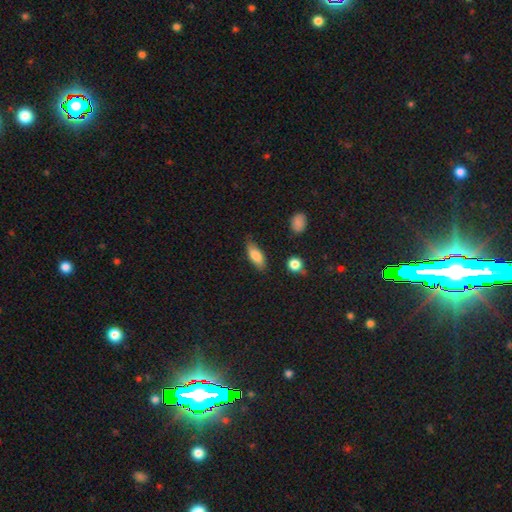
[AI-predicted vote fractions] Smooth or featured?
  - smooth: 81% *
  - featured or disk: 12%
  - star or artifact: 7%
How rounded?
  - in between: 75% *
  - cigar-shaped: 22%
  - round: 3%
Merging?
  - none: 74% *
  - minor disturbance: 19%
  - major disturbance: 4%
  - merger: 2%